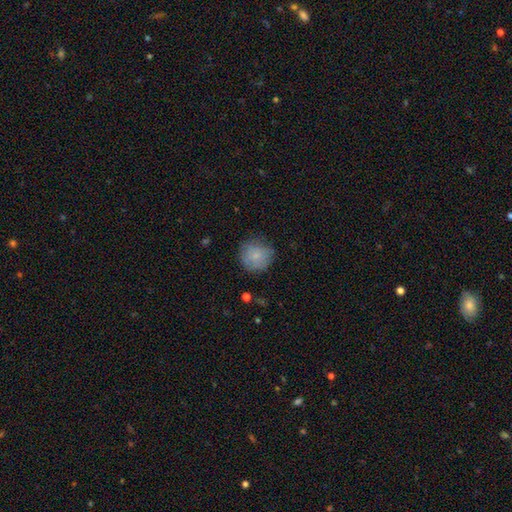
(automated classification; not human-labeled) Smooth or featured? smooth (77%)
How rounded? round (92%)
Merging? none (76%)